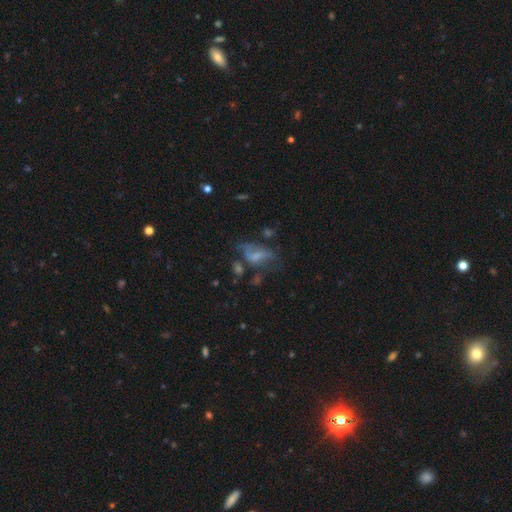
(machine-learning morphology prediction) Overall: featured or disk (46%; smooth 30%). Merging: none (37%; major disturbance 29%).